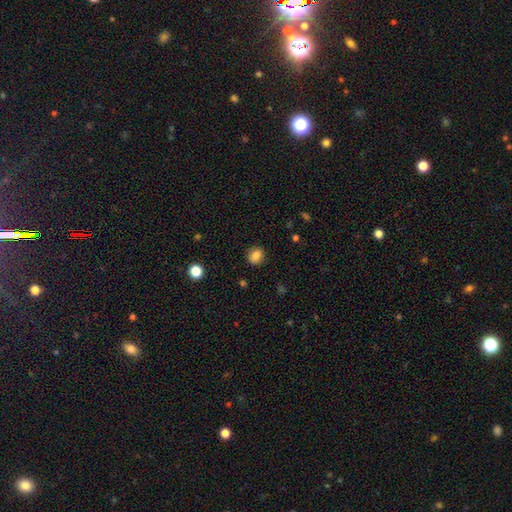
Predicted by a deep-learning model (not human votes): Smooth or featured?
  - smooth: 84% *
  - star or artifact: 11%
  - featured or disk: 5%
How rounded?
  - round: 70% *
  - in between: 29%
  - cigar-shaped: 1%
Merging?
  - none: 88% *
  - minor disturbance: 8%
  - major disturbance: 3%
  - merger: 1%